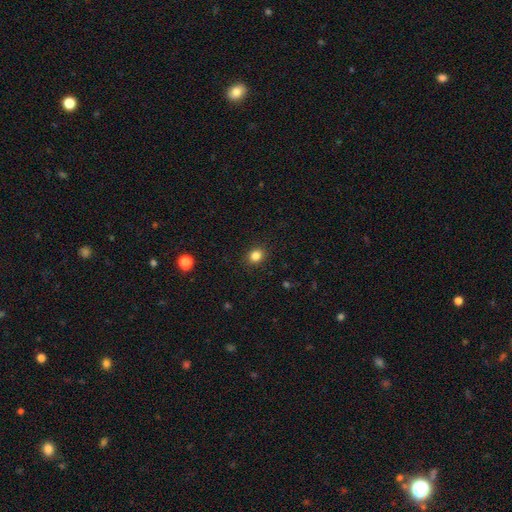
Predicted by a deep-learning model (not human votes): Smooth or featured?
  - smooth: 84% *
  - star or artifact: 11%
  - featured or disk: 4%
How rounded?
  - round: 59% *
  - in between: 40%
  - cigar-shaped: 1%
Merging?
  - none: 89% *
  - minor disturbance: 8%
  - major disturbance: 2%
  - merger: 1%